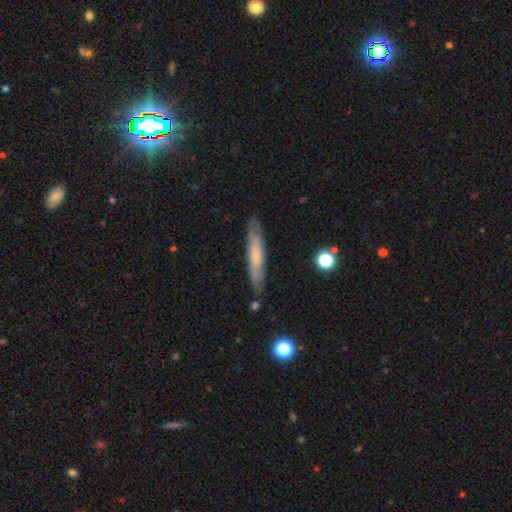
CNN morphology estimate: Overall: smooth (51%; featured or disk 43%). How rounded: cigar-shaped (89%). Merging: none (81%).